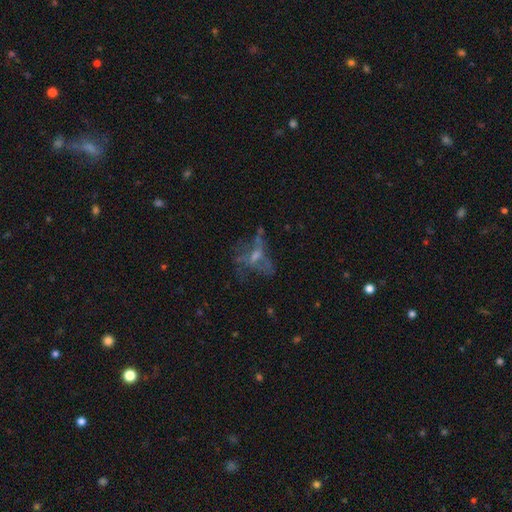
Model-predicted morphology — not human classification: Smooth or featured? Predicted: featured or disk (p=0.55). Edge-on disk? Predicted: no (p=0.93). Bar? Predicted: no (p=0.74). Spiral arms? Predicted: no (p=0.78). Bulge size? Predicted: small (p=0.38). Merging? Predicted: none (p=0.43).